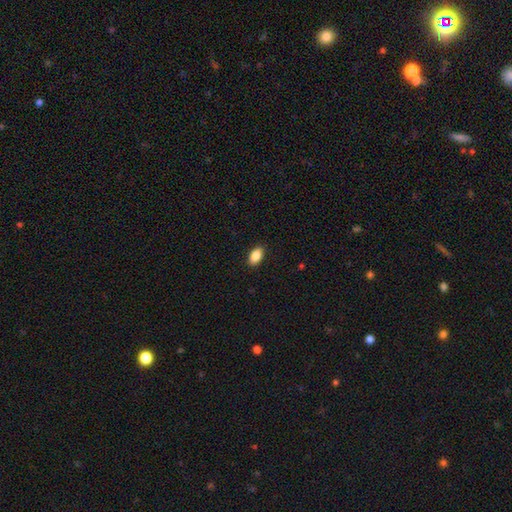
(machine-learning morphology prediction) Smooth or featured? smooth (87%)
How rounded? in between (92%)
Merging? none (89%)